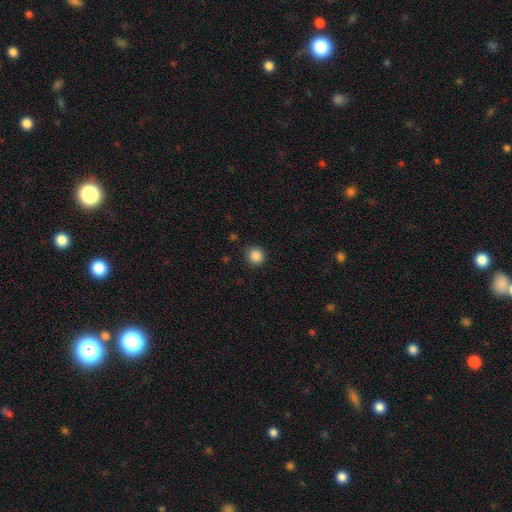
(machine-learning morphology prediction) A smooth galaxy with no disk features (86%) that is round (93%). Merging: none (88%).